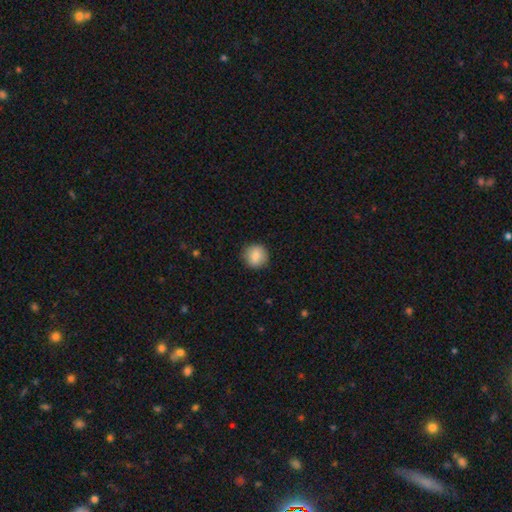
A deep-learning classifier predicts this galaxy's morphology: Smooth or featured?
  - smooth: 86% *
  - star or artifact: 8%
  - featured or disk: 6%
How rounded?
  - round: 92% *
  - in between: 7%
  - cigar-shaped: 1%
Merging?
  - none: 87% *
  - minor disturbance: 9%
  - major disturbance: 2%
  - merger: 1%